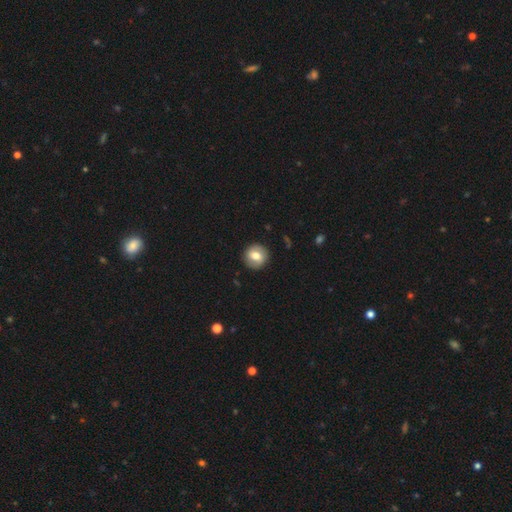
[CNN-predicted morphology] Q: Smooth or featured?
A: smooth (70%); runner-up: featured or disk (23%)
Q: How rounded?
A: round (91%); runner-up: in between (8%)
Q: Merging?
A: none (90%); runner-up: minor disturbance (7%)